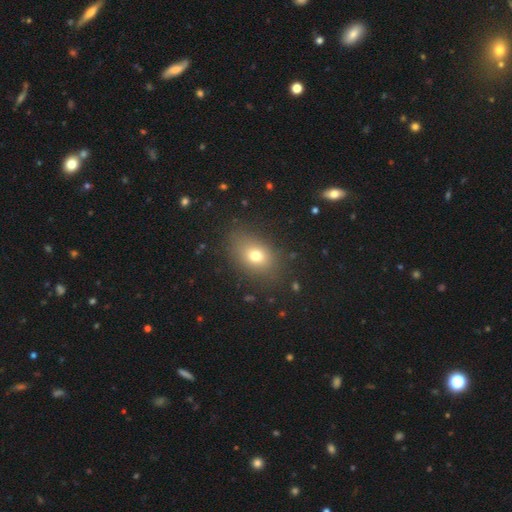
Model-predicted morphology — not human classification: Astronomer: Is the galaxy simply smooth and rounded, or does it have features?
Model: smooth — 73%.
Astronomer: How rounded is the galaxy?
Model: in between — 67%.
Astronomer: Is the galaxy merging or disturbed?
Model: none — 83%.